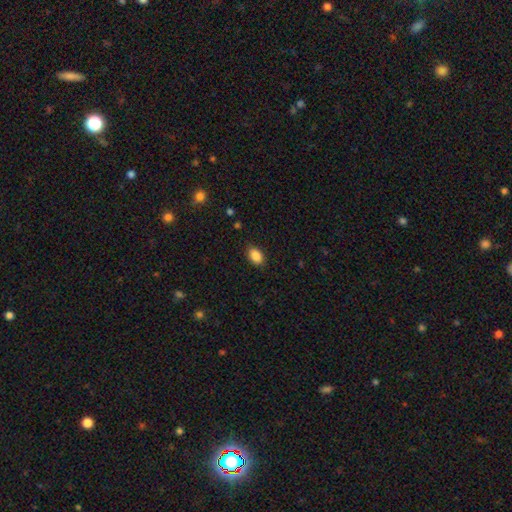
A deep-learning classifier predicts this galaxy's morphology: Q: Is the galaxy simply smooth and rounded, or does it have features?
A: smooth — 88%.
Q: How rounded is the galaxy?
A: in between — 84%.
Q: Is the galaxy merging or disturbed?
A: none — 85%.